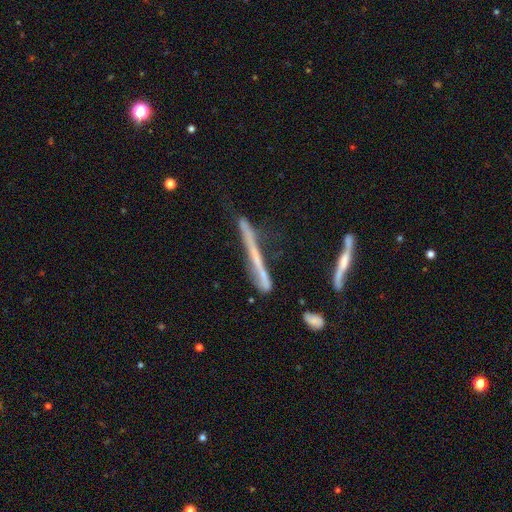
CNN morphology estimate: This appears to be a featured or disk galaxy (60%) viewed edge-on (91%) with no central bulge (79%). Merging: none (54%).